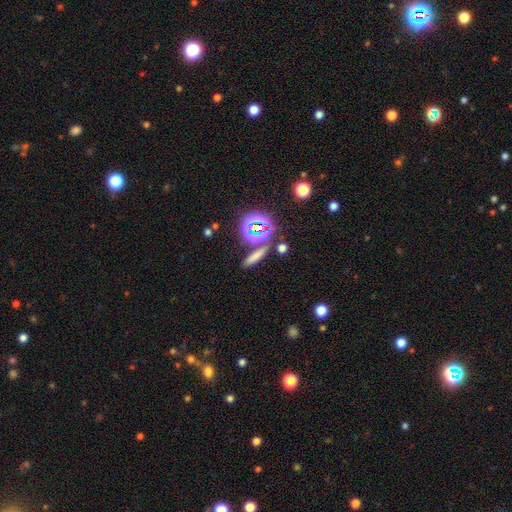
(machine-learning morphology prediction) A smooth galaxy with no disk features (60%) that is cigar-shaped (70%).

Vote fractions:
- Smooth or featured? smooth: 60% / star or artifact: 27% / featured or disk: 13%
- How rounded? cigar-shaped: 70% / in between: 17% / round: 14%
- Merging? none: 80% / merger: 9% / minor disturbance: 8% / major disturbance: 3%